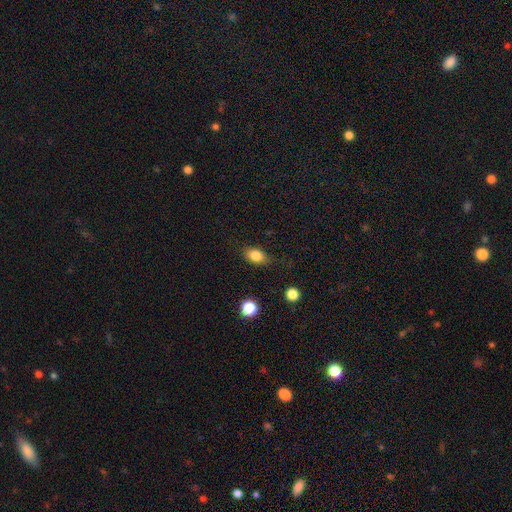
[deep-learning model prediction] smooth 82%, star or artifact 10%, featured or disk 8%. Down the decision tree: how rounded — in between (77%); merging — none (75%).